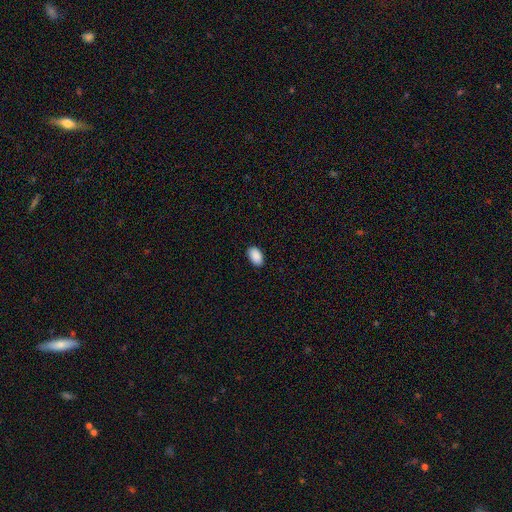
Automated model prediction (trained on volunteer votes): Morphology: type=smooth (90%); roundness=in between (93%); merging=none (89%).